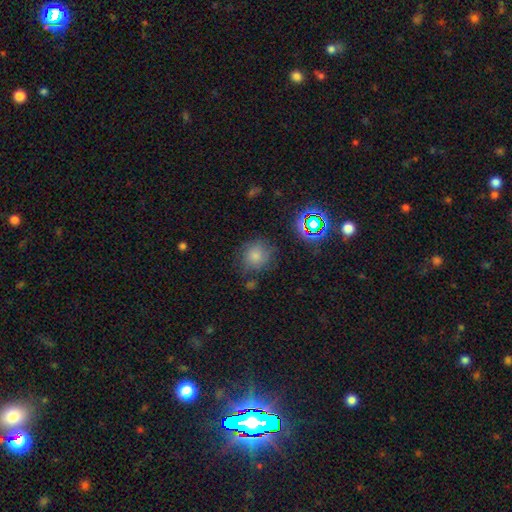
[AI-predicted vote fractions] smooth 74%, star or artifact 17%, featured or disk 10%. Down the decision tree: how rounded — round (85%); merging — none (70%).